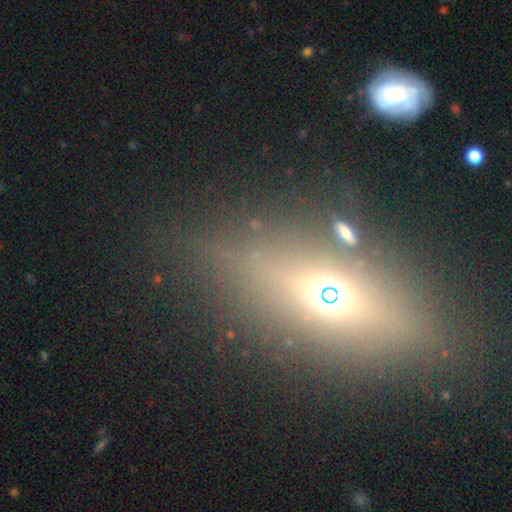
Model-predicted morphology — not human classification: This appears to be a featured or disk galaxy (37%). Merging: none (73%).